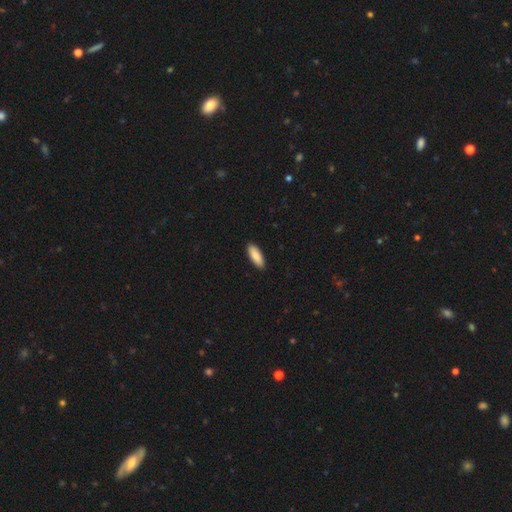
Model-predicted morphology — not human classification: This appears to be a smooth galaxy with no disk features (86%) that is in between round and cigar-shaped (70%). Merging: none (91%).